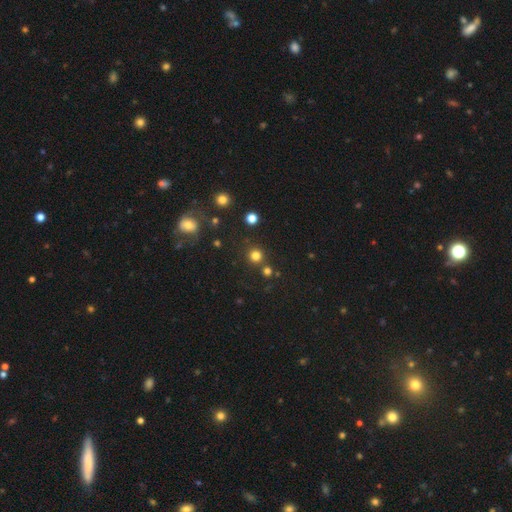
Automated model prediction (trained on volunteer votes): Morphology: type=smooth (77%); roundness=round (93%); merging=none (80%).